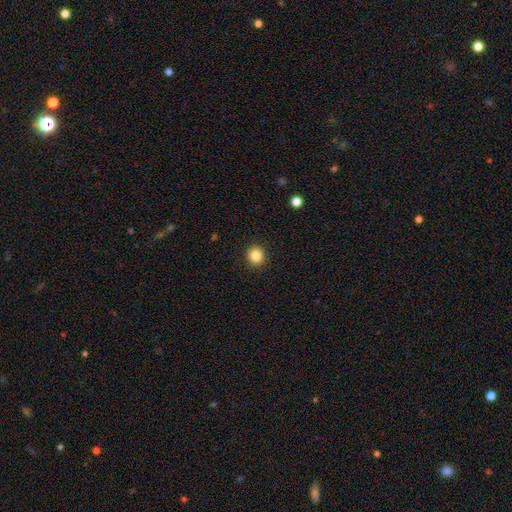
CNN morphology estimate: Smooth or featured?
  - smooth: 85% *
  - star or artifact: 11%
  - featured or disk: 5%
How rounded?
  - round: 89% *
  - in between: 10%
  - cigar-shaped: 1%
Merging?
  - none: 92% *
  - minor disturbance: 5%
  - major disturbance: 2%
  - merger: 1%